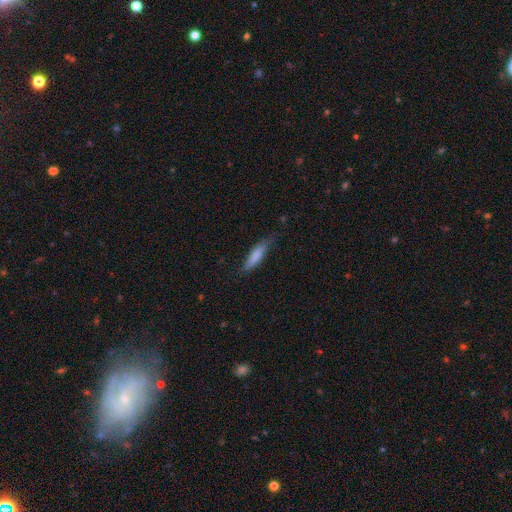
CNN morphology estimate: Q: Smooth or featured?
A: smooth (78%); runner-up: featured or disk (16%)
Q: How rounded?
A: cigar-shaped (69%); runner-up: in between (30%)
Q: Merging?
A: none (67%); runner-up: minor disturbance (26%)